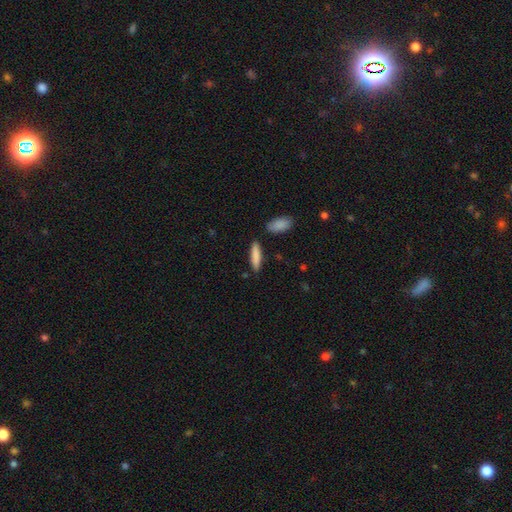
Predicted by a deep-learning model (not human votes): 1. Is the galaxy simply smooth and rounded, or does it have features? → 85% smooth, 9% featured or disk, 5% star or artifact.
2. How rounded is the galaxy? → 77% cigar-shaped, 22% in between, 2% round.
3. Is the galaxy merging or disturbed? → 85% none, 9% minor disturbance, 4% merger, 2% major disturbance.